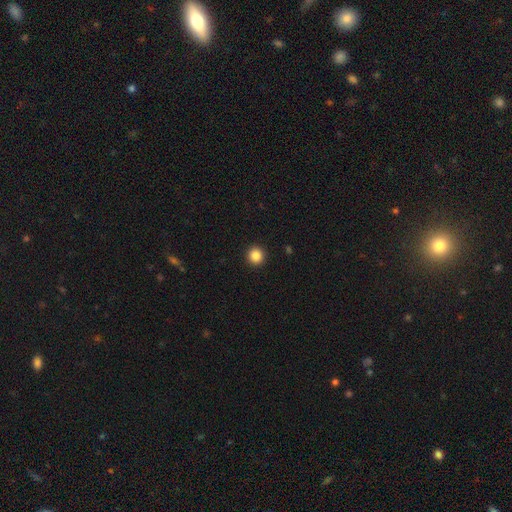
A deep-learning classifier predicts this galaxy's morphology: Overall: smooth (86%). How rounded: round (94%). Merging: none (93%).